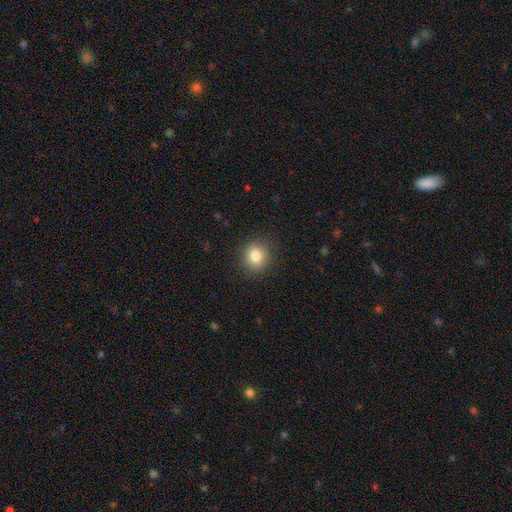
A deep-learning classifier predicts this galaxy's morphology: A smooth galaxy with no disk features (82%) that is round (82%).

Vote fractions:
- Smooth or featured? smooth: 82% / star or artifact: 11% / featured or disk: 7%
- How rounded? round: 82% / in between: 17% / cigar-shaped: 1%
- Merging? none: 89% / minor disturbance: 7% / major disturbance: 2% / merger: 1%